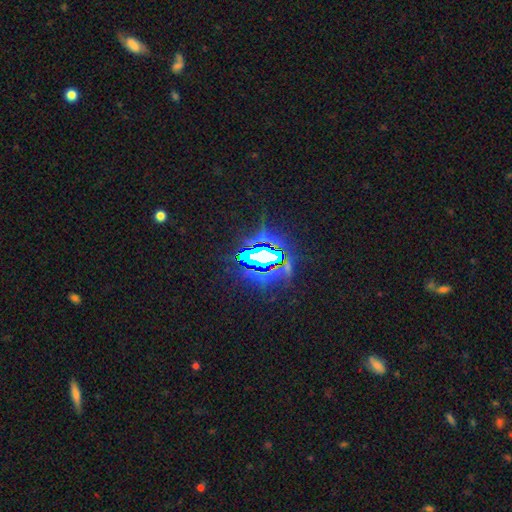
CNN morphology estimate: Smooth or featured? Predicted: star or artifact (p=0.75).